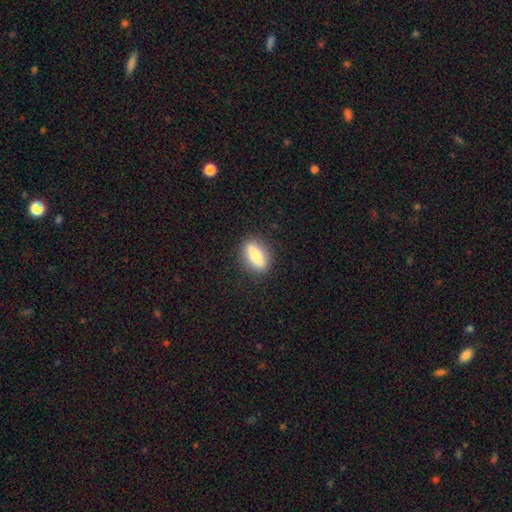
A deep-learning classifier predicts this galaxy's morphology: This is likely a smooth galaxy (68%). How rounded: possibly in between (56%). Merging: clearly none (88%).